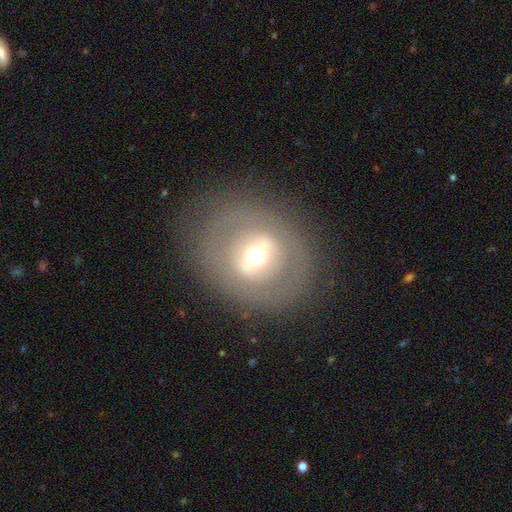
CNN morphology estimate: Smooth or featured?
  - featured or disk: 45% *
  - smooth: 43%
  - star or artifact: 13%
Merging?
  - none: 79% *
  - minor disturbance: 10%
  - major disturbance: 9%
  - merger: 2%